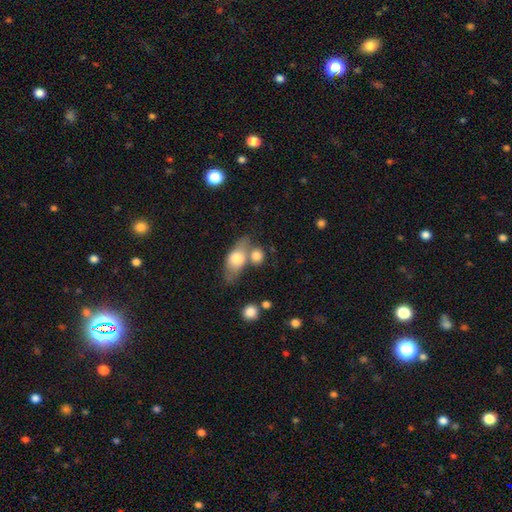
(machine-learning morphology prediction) A smooth galaxy with no disk features (76%) that is round (47%, tied with in between). Merging: none (46%).